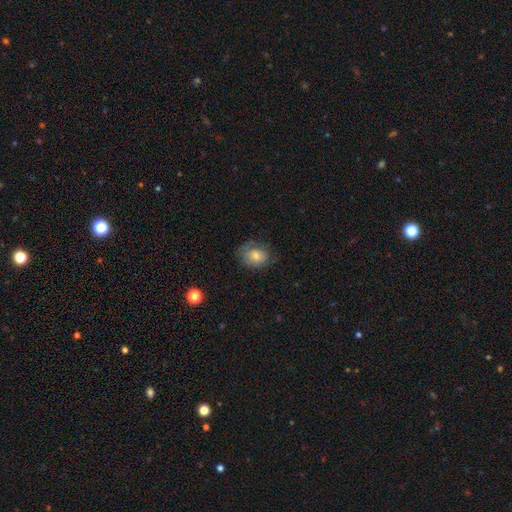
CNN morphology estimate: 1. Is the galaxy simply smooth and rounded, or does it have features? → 66% smooth, 24% featured or disk, 11% star or artifact.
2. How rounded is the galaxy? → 55% round, 44% in between, 1% cigar-shaped.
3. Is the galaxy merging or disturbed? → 64% none, 24% minor disturbance, 11% major disturbance, 1% merger.